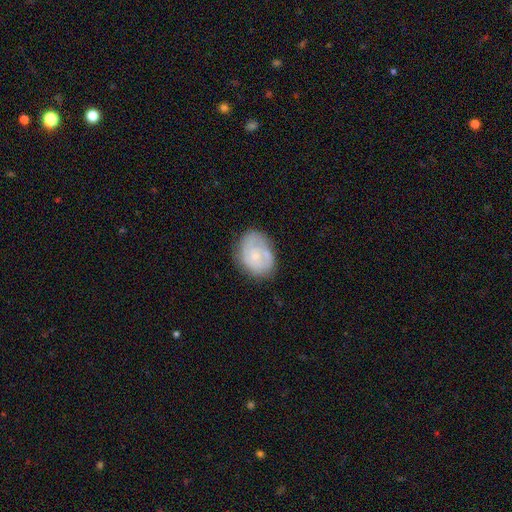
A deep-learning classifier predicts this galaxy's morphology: A featured or disk galaxy (51%). Merging: none (64%).